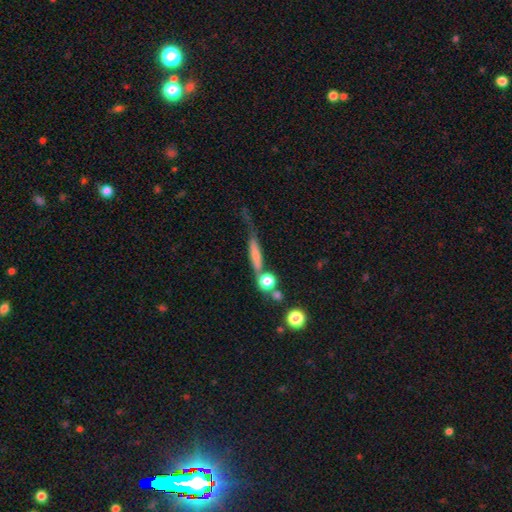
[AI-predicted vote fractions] Smooth or featured?
  - smooth: 54% *
  - featured or disk: 34%
  - star or artifact: 12%
How rounded?
  - cigar-shaped: 69% *
  - in between: 17%
  - round: 14%
Merging?
  - none: 47% *
  - merger: 21%
  - minor disturbance: 18%
  - major disturbance: 14%